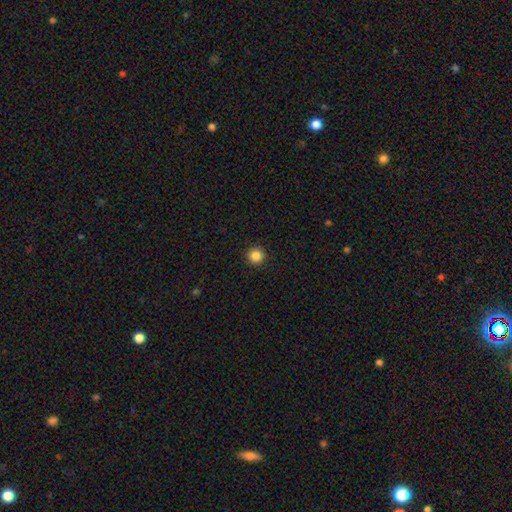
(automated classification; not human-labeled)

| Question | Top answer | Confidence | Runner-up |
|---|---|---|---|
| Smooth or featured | smooth | 86% | star or artifact (11%) |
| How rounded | round | 96% | in between (3%) |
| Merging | none | 93% | minor disturbance (4%) |